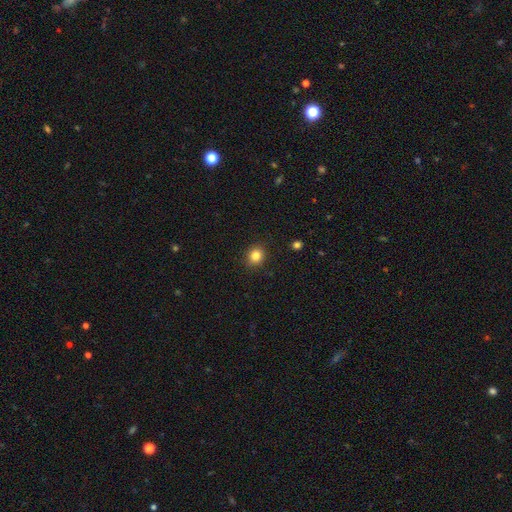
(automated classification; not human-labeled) A smooth galaxy with no disk features (84%) that is round (74%). Merging: none (90%).